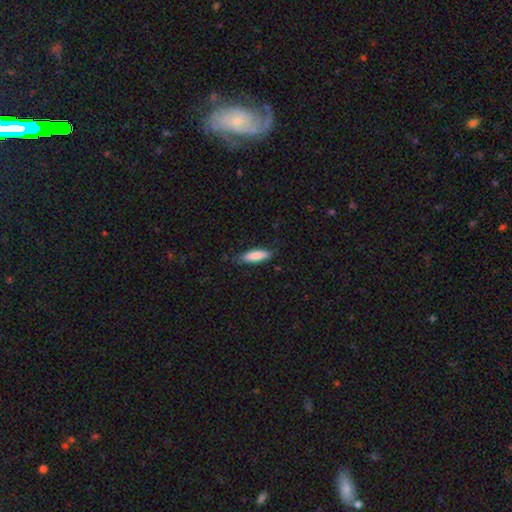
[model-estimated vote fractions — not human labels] Smooth or featured: smooth — 82% (featured or disk — 12%)
How rounded: cigar-shaped — 59% (in between — 40%)
Merging: none — 80% (minor disturbance — 16%)